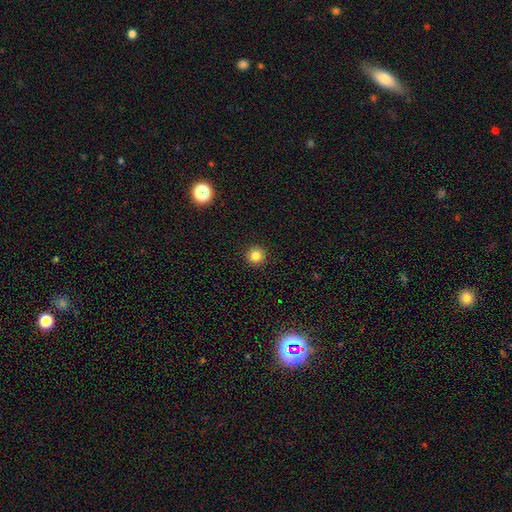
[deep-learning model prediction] This appears to be a smooth galaxy with no disk features (83%) that is round (96%). Merging: none (93%).